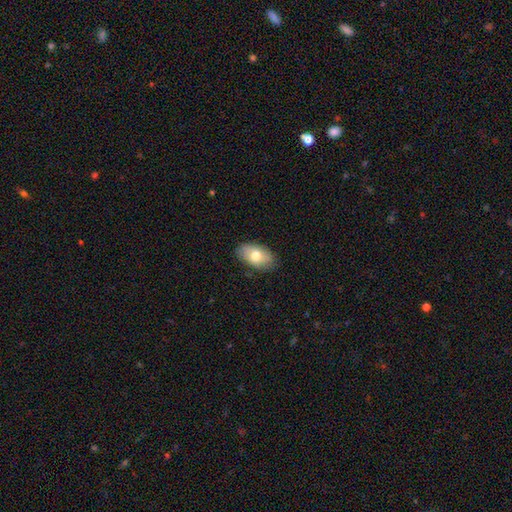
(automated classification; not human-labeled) Q: Smooth or featured?
A: smooth (70%); runner-up: featured or disk (24%)
Q: How rounded?
A: in between (92%); runner-up: round (6%)
Q: Merging?
A: none (82%); runner-up: minor disturbance (14%)